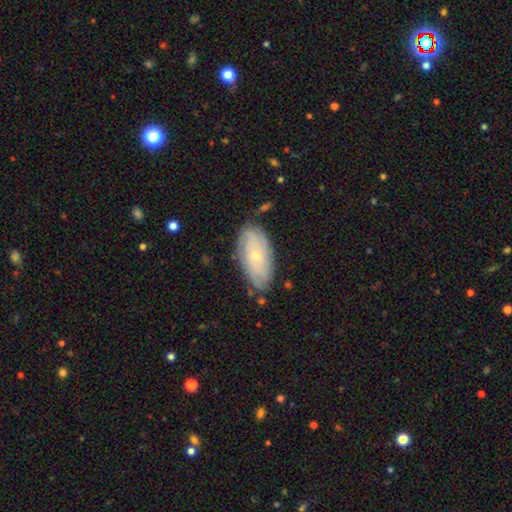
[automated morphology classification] A featured or disk galaxy (54%).

Vote fractions:
- Smooth or featured? featured or disk: 54% / smooth: 39% / star or artifact: 7%
- Edge-on disk? no: 90% / yes: 10%
- Merging? none: 75% / minor disturbance: 19% / major disturbance: 4% / merger: 2%